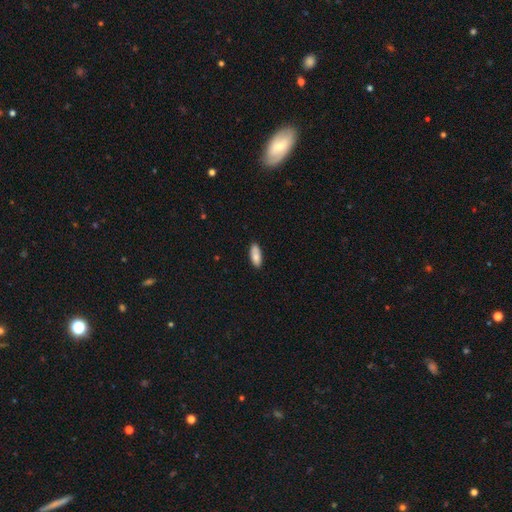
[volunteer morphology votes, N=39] This appears to be a smooth galaxy with no disk features (92%) that is in between round and cigar-shaped (78%). Merging: none (79%).